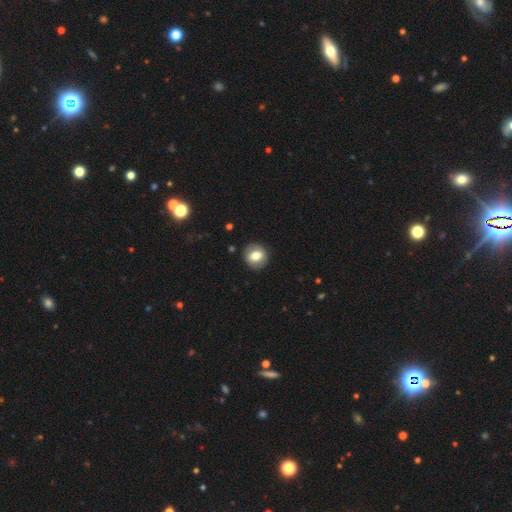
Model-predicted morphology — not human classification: smooth_or_featured: smooth (p=0.72) [alt: featured or disk p=0.20]
how_rounded: round (p=0.79) [alt: in between p=0.20]
merging: none (p=0.88) [alt: minor disturbance p=0.08]